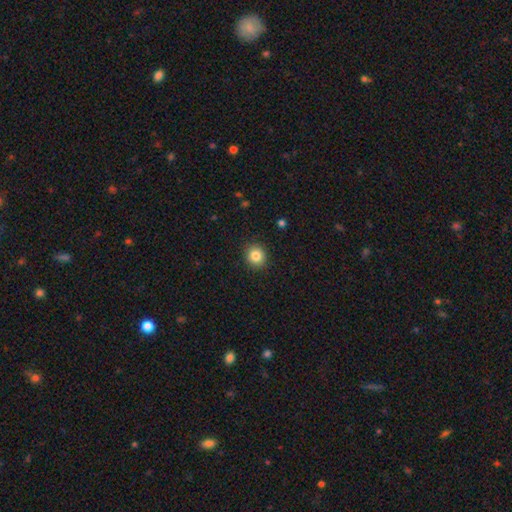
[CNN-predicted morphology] Smooth or featured: smooth — 84% (star or artifact — 10%)
How rounded: round — 85% (in between — 14%)
Merging: none — 91% (minor disturbance — 6%)